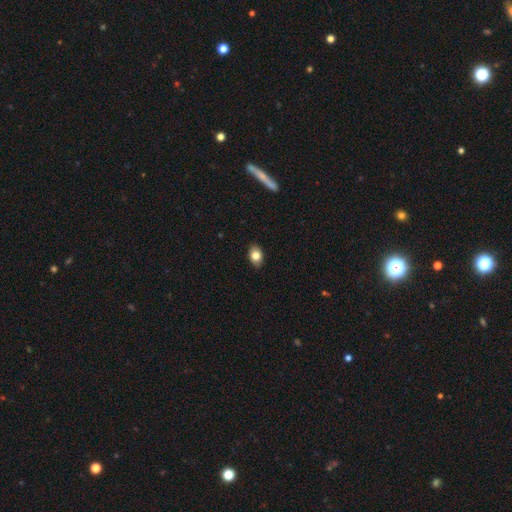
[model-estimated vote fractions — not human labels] Q: Smooth or featured?
A: smooth (81%); runner-up: featured or disk (11%)
Q: How rounded?
A: in between (85%); runner-up: round (14%)
Q: Merging?
A: none (88%); runner-up: minor disturbance (9%)